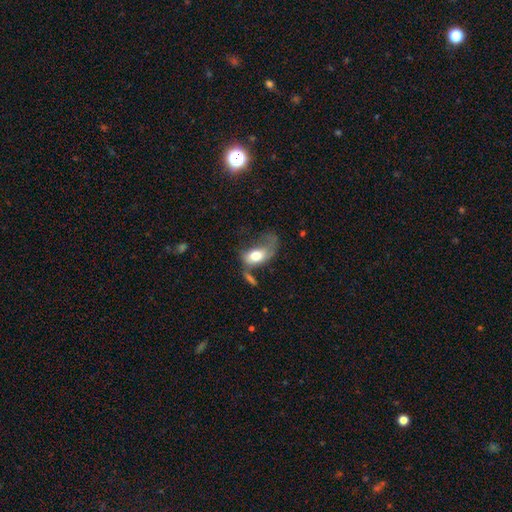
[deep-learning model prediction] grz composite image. It shows a smooth galaxy with no disk features (64%) that is in between round and cigar-shaped (88%). Merging: major disturbance (50%).